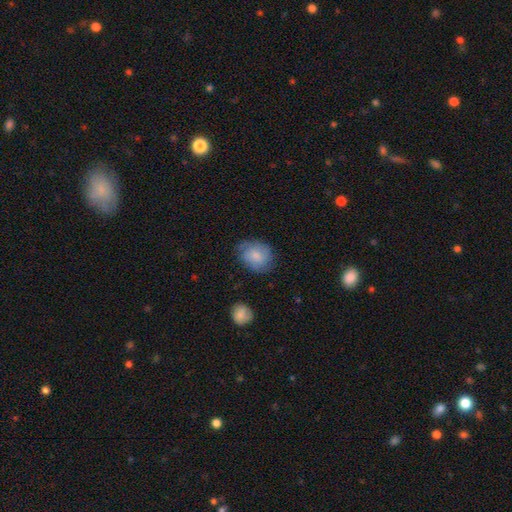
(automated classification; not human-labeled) Smooth or featured?
  - smooth: 69% *
  - featured or disk: 24%
  - star or artifact: 7%
How rounded?
  - round: 55% *
  - in between: 44%
  - cigar-shaped: 1%
Merging?
  - none: 68% *
  - minor disturbance: 24%
  - major disturbance: 7%
  - merger: 2%